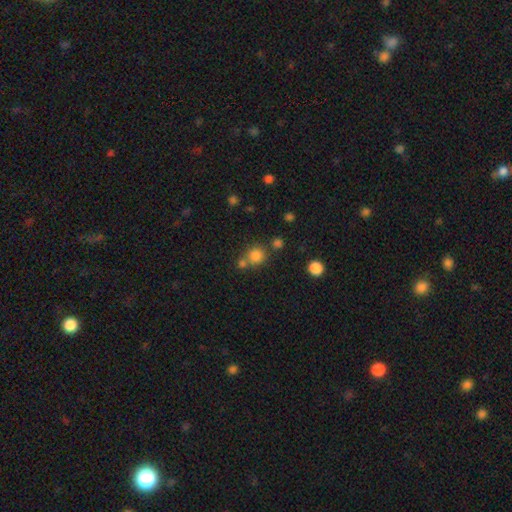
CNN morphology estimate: The model was most divided on "merging": none: 64%, merger: 24%, minor disturbance: 8%, major disturbance: 3%. More confident: how rounded — round (90%); smooth or featured — smooth (80%).